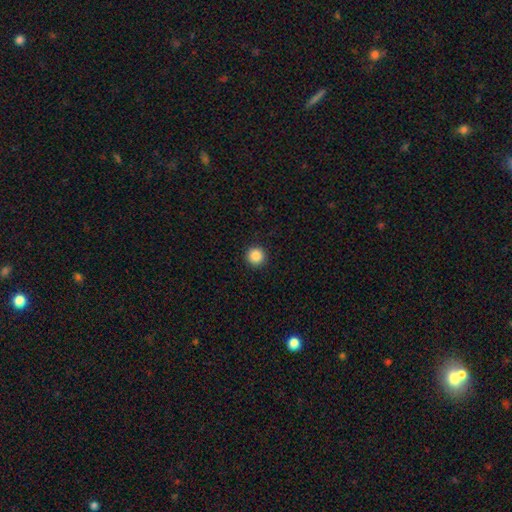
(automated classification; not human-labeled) A smooth galaxy with no disk features (88%) that is round (96%).

Vote fractions:
- Smooth or featured? smooth: 88% / star or artifact: 9% / featured or disk: 3%
- How rounded? round: 96% / in between: 3% / cigar-shaped: 1%
- Merging? none: 93% / minor disturbance: 4% / major disturbance: 2% / merger: 1%